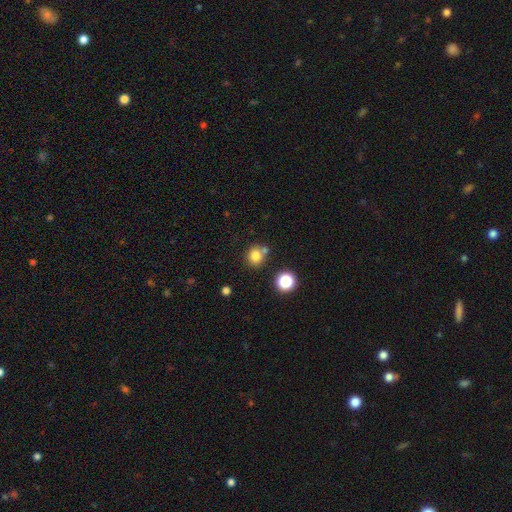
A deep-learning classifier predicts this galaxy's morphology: smooth_or_featured: smooth (p=0.80) [alt: star or artifact p=0.13]
how_rounded: round (p=0.84) [alt: in between p=0.15]
merging: none (p=0.65) [alt: merger p=0.21]